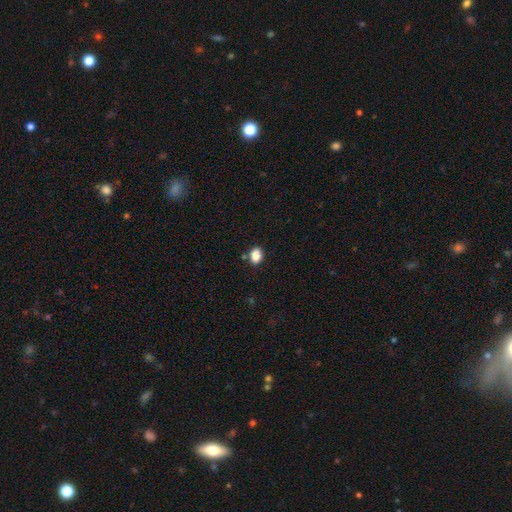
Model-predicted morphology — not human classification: smooth 87%, star or artifact 9%, featured or disk 4%. Down the decision tree: how rounded — in between (74%); merging — none (80%).